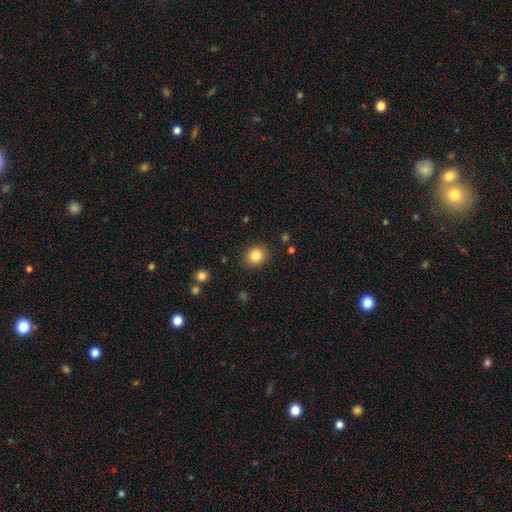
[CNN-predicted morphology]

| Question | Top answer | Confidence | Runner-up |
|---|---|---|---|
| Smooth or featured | smooth | 84% | star or artifact (11%) |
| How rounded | round | 80% | in between (19%) |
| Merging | none | 89% | minor disturbance (7%) |